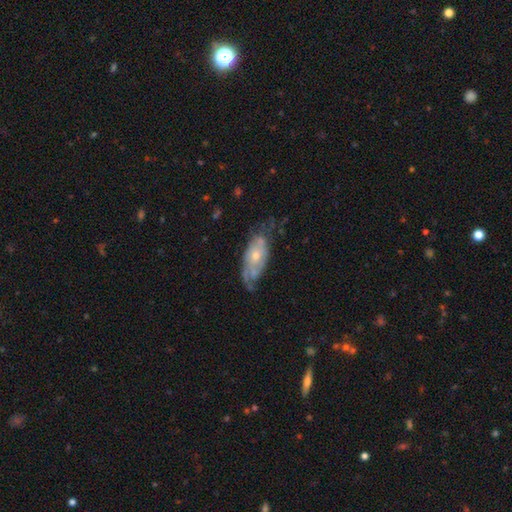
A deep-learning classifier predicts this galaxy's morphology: Smooth or featured? featured or disk (69%)
Edge-on disk? no (88%)
Bar? no (77%)
Spiral arms? yes (78%)
Bulge size? small (52%)
Merging? none (51%)